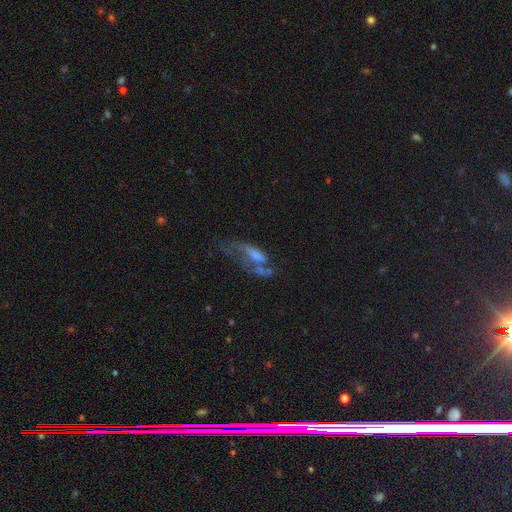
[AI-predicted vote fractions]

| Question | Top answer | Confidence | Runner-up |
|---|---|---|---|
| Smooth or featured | featured or disk | 53% | smooth (31%) |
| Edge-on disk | no | 83% | yes (17%) |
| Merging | major disturbance | 39% | none (26%) |